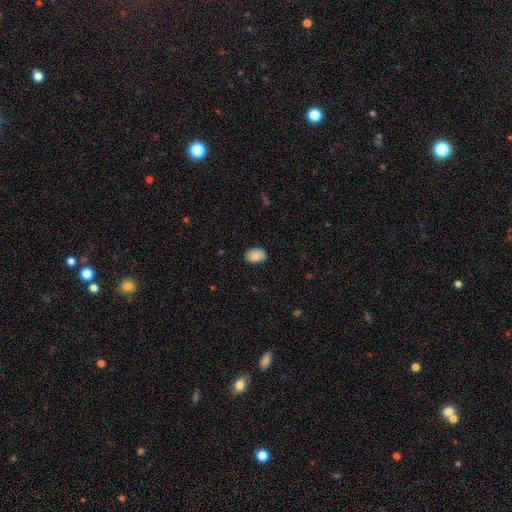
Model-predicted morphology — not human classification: smooth 85%, star or artifact 7%, featured or disk 7%. Down the decision tree: how rounded — in between (79%); merging — none (76%).